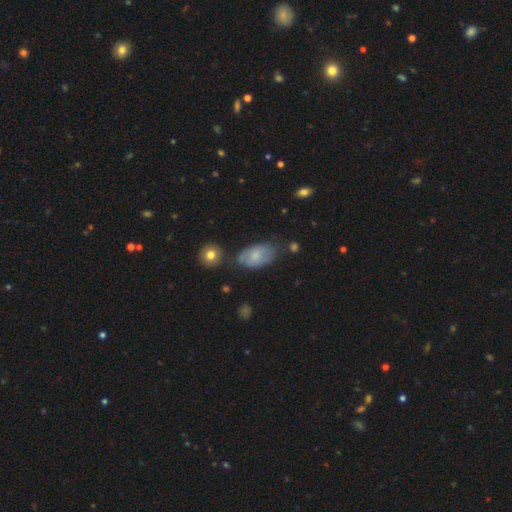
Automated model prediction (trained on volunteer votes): Smooth or featured?
  - smooth: 74% *
  - featured or disk: 19%
  - star or artifact: 7%
How rounded?
  - in between: 93% *
  - round: 6%
  - cigar-shaped: 2%
Merging?
  - none: 60% *
  - minor disturbance: 26%
  - major disturbance: 7%
  - merger: 6%